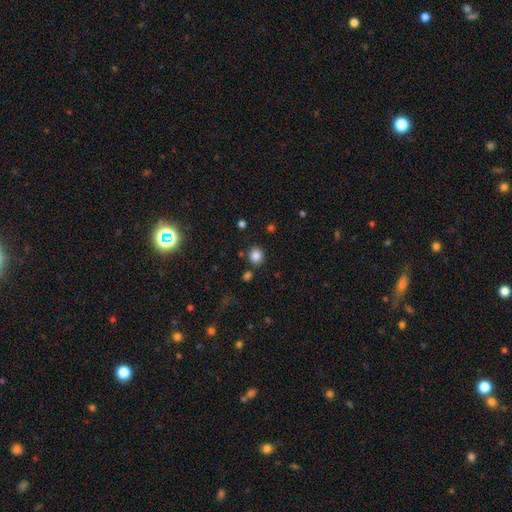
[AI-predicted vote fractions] Morphology: type=smooth (84%); roundness=round (77%); merging=none (83%).